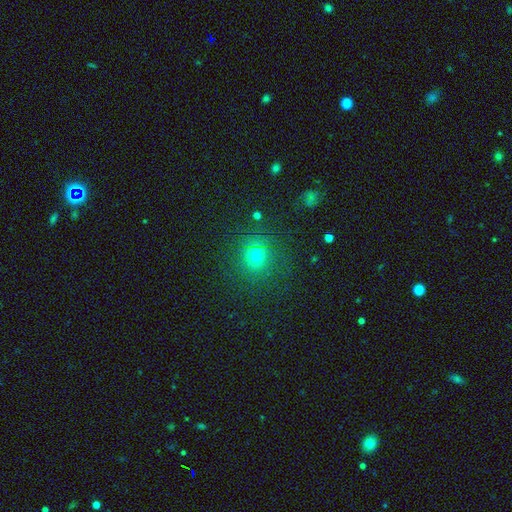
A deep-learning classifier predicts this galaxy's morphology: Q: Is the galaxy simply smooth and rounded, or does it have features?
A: smooth — 71%.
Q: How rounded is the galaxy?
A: round — 88%.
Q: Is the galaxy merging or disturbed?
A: none — 84%.